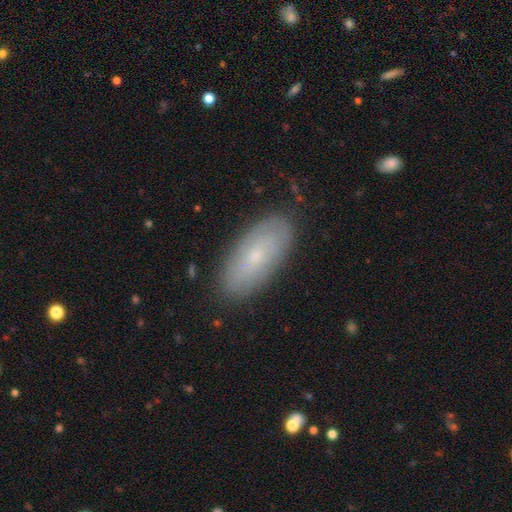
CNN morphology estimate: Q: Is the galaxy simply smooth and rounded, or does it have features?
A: smooth — 50%.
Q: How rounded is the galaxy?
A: in between — 88%.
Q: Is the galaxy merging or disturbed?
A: none — 83%.